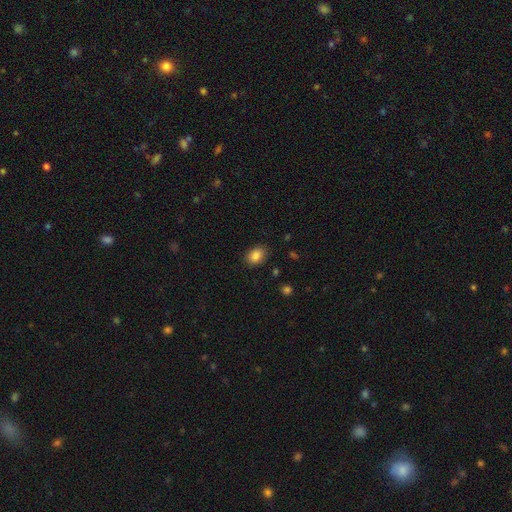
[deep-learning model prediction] Q: Smooth or featured?
A: smooth (86%); runner-up: star or artifact (9%)
Q: How rounded?
A: in between (71%); runner-up: round (28%)
Q: Merging?
A: none (86%); runner-up: minor disturbance (10%)